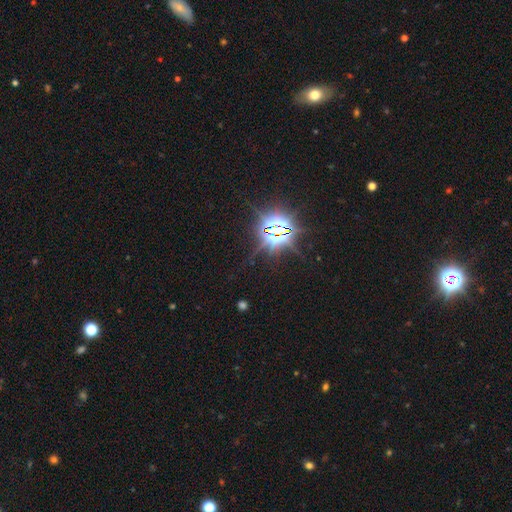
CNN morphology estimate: Smooth or featured: star or artifact — 85% (smooth — 8%)